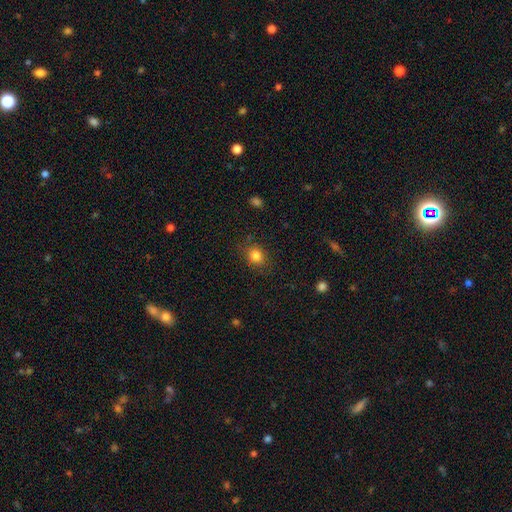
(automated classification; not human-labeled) This is clearly a smooth galaxy (83%). How rounded: possibly round (57%). Merging: clearly none (81%).